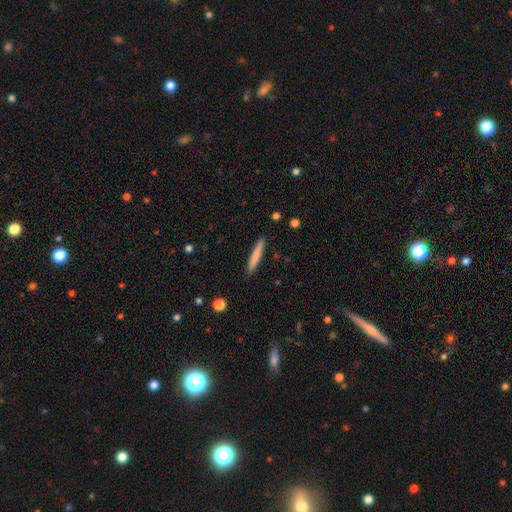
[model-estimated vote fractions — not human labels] Smooth or featured? Predicted: smooth (p=0.78). How rounded? Predicted: cigar-shaped (p=0.95). Merging? Predicted: none (p=0.91).